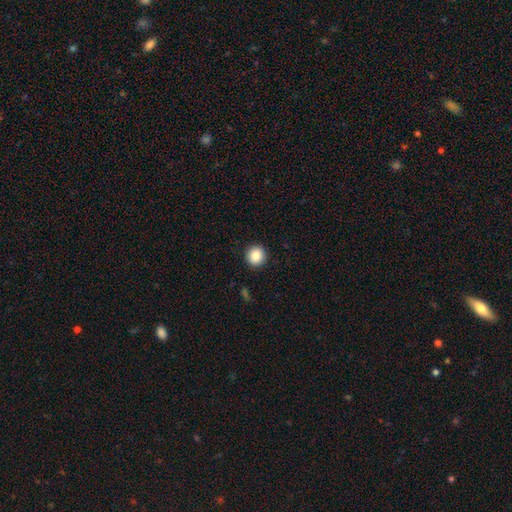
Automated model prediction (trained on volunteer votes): Smooth or featured?
  - smooth: 87% *
  - star or artifact: 9%
  - featured or disk: 4%
How rounded?
  - round: 93% *
  - in between: 6%
  - cigar-shaped: 1%
Merging?
  - none: 92% *
  - minor disturbance: 5%
  - major disturbance: 2%
  - merger: 1%